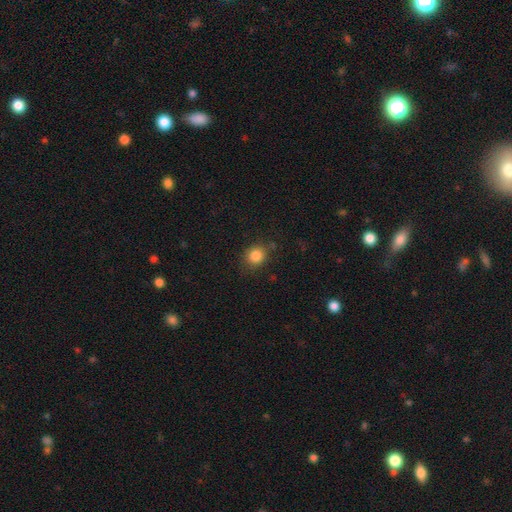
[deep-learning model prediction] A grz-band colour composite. It shows a smooth galaxy with no disk features (84%) that is round (79%). Merging: none (82%).